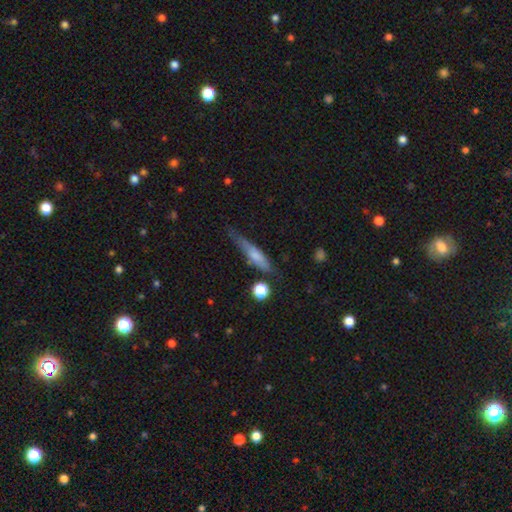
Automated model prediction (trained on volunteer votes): This is likely a smooth galaxy (63%). How rounded: clearly cigar-shaped (81%). Merging: likely none (61%).